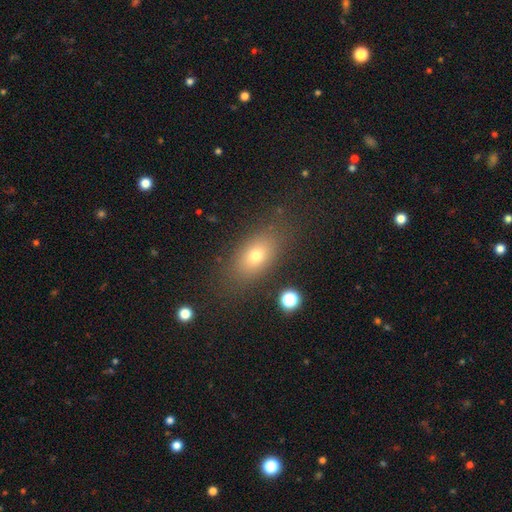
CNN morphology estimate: This appears to be a smooth galaxy with no disk features (72%) that is in between round and cigar-shaped (82%). Merging: none (80%).